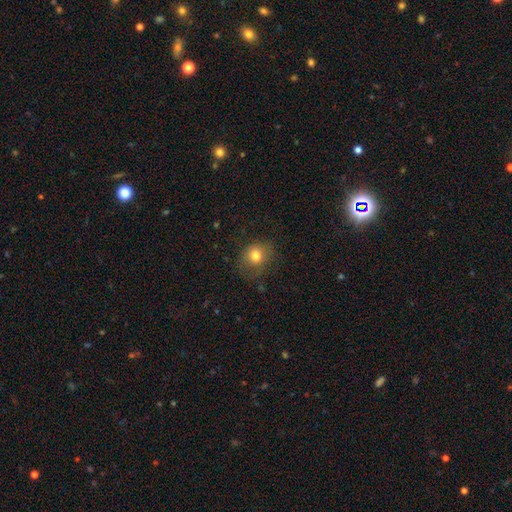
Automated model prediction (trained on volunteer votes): Smooth or featured? smooth (78%)
How rounded? round (74%)
Merging? none (73%)